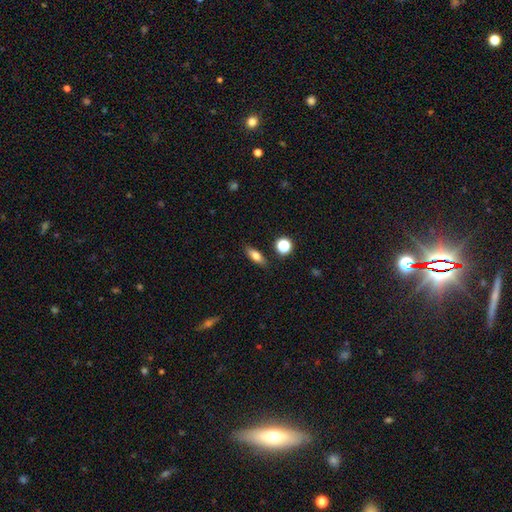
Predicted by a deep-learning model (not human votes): smooth-or-featured: smooth: 73% | featured or disk: 17% | star or artifact: 10%
  how-rounded: in between: 67% | cigar-shaped: 26% | round: 7%
  merging: none: 85% | minor disturbance: 10% | merger: 3% | major disturbance: 3%